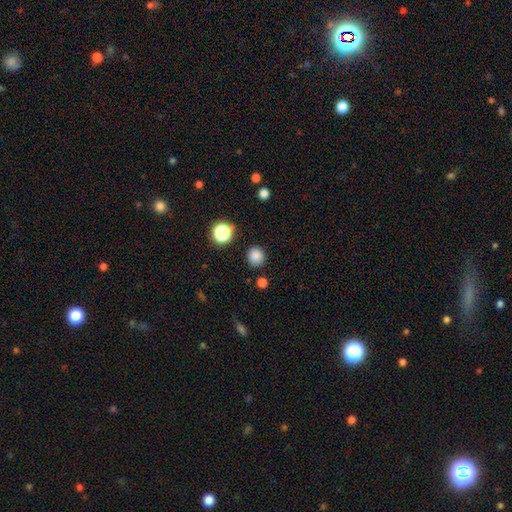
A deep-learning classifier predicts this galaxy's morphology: Smooth or featured? Predicted: smooth (p=0.83). How rounded? Predicted: round (p=0.89). Merging? Predicted: none (p=0.87).